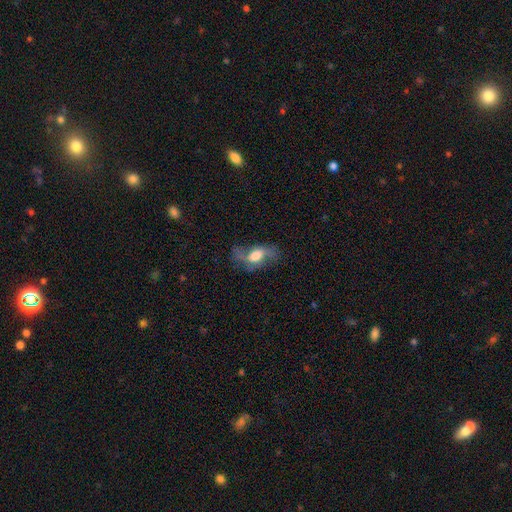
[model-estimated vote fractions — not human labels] The model was most divided on "smooth or featured": featured or disk: 57%, smooth: 35%, star or artifact: 9%. More confident: edge-on disk — no (87%); merging — none (53%).